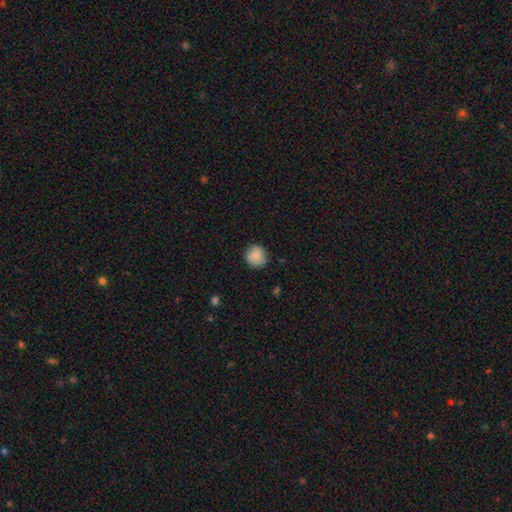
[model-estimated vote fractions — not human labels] The model was most divided on "merging": none: 87%, minor disturbance: 10%, major disturbance: 2%, merger: 1%. More confident: how rounded — round (93%); smooth or featured — smooth (86%).